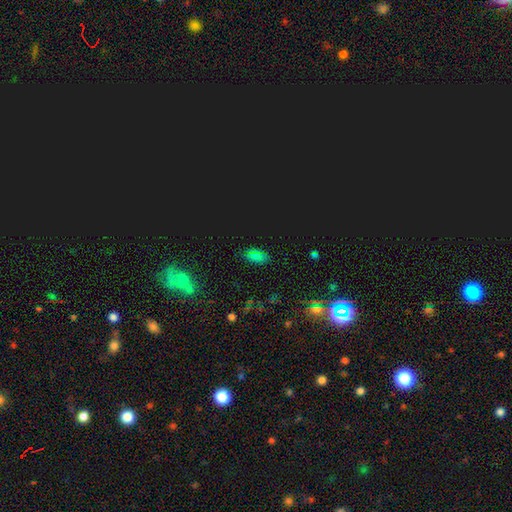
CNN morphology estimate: smooth_or_featured: smooth (p=0.58) [alt: star or artifact p=0.35]
how_rounded: in between (p=0.88) [alt: round p=0.07]
merging: none (p=0.81) [alt: minor disturbance p=0.13]